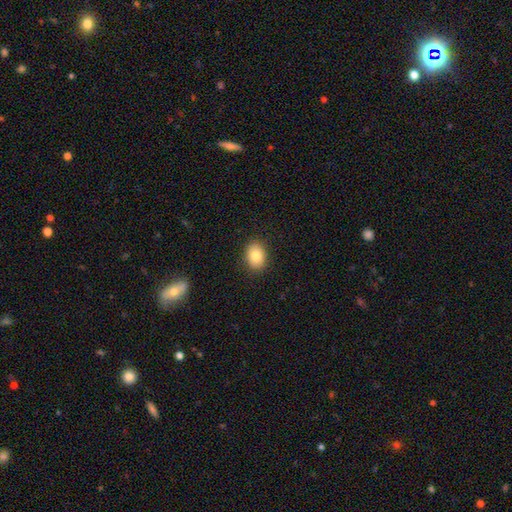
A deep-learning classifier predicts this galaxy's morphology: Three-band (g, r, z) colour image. It shows a smooth galaxy with no disk features (83%) that is in between round and cigar-shaped (72%). Merging: none (88%).